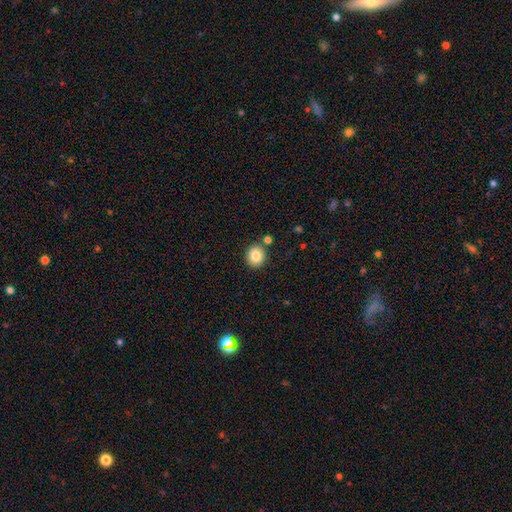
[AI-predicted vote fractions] A smooth galaxy with no disk features (84%) that is round (76%). Merging: none (83%).